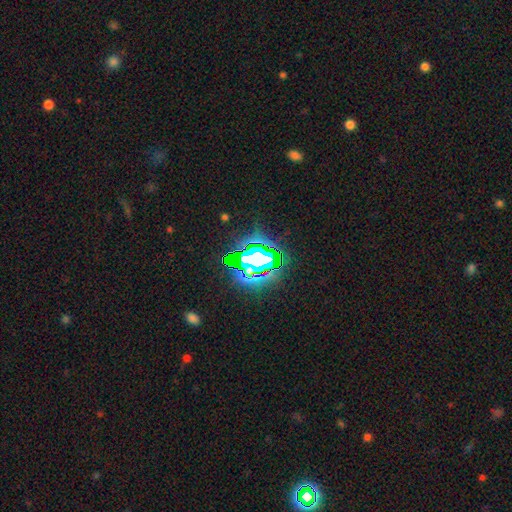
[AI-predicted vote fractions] smooth-or-featured: star or artifact: 71% | featured or disk: 15% | smooth: 14%